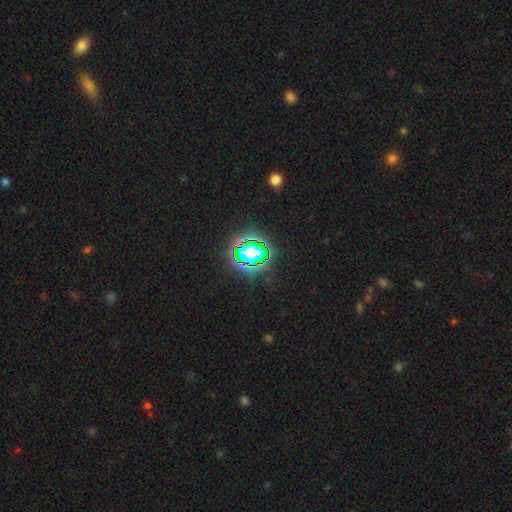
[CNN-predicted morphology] A star or artifact, not a galaxy (66%).

Vote fractions:
- Smooth or featured? star or artifact: 66% / smooth: 21% / featured or disk: 13%